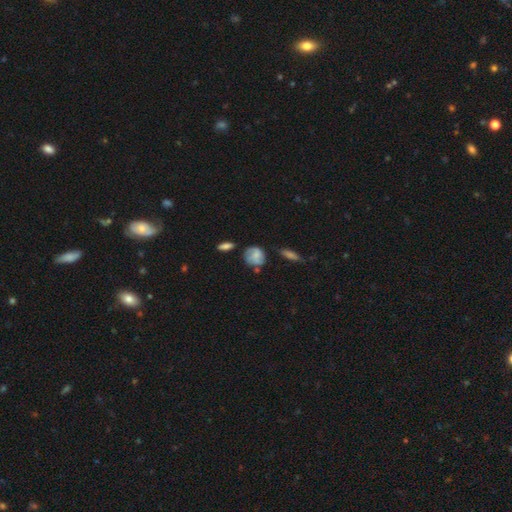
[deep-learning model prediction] This is likely a smooth galaxy (64%). How rounded: likely round (67%). Merging: possibly none (59%).